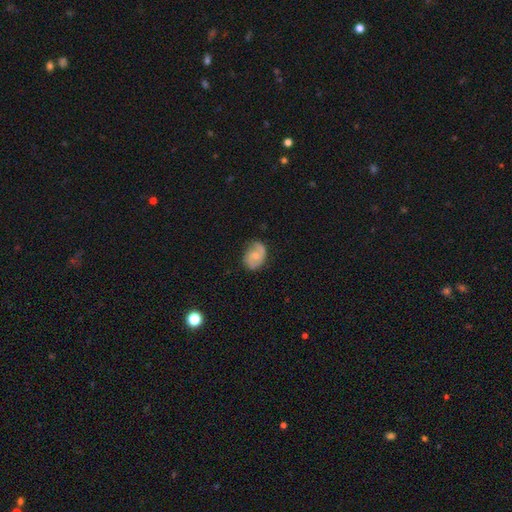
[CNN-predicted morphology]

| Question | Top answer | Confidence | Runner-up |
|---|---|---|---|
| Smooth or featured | featured or disk | 56% | smooth (38%) |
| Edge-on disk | no | 97% | yes (3%) |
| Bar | no | 67% | weak (29%) |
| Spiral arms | yes | 85% | no (15%) |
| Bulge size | small | 48% | moderate (45%) |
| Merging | none | 66% | minor disturbance (25%) |